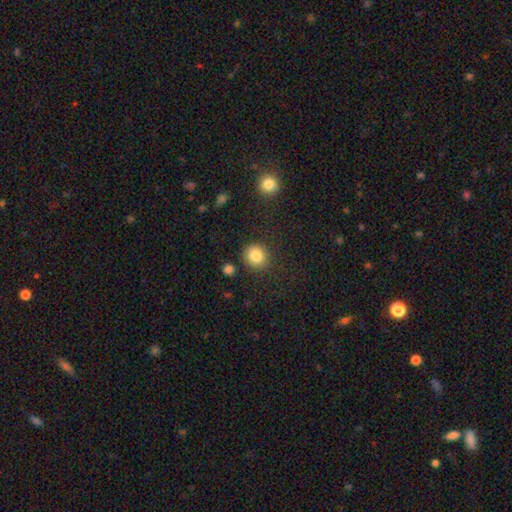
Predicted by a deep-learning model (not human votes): Overall: smooth (84%). How rounded: round (87%). Merging: none (86%).